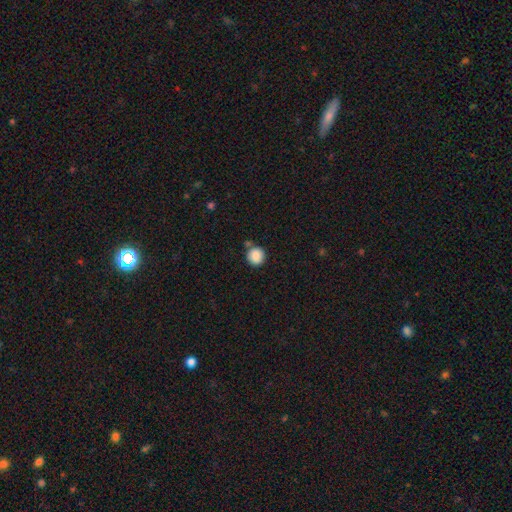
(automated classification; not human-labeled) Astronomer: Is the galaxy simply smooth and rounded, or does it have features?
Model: smooth — 88%.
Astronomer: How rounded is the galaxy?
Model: round — 94%.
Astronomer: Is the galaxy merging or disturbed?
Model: none — 77%.